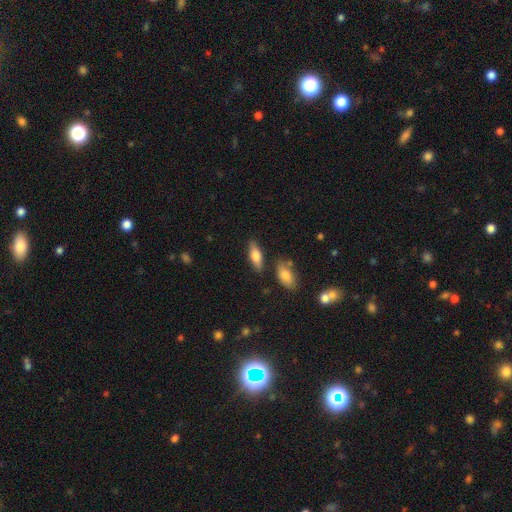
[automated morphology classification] This is likely a smooth galaxy (63%). How rounded: likely in between (66%). Merging: clearly none (80%).